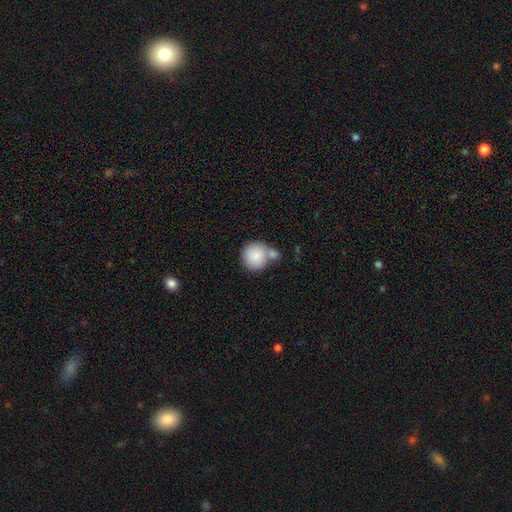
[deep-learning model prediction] A smooth galaxy with no disk features (85%) that is round (91%).

Vote fractions:
- Smooth or featured? smooth: 85% / featured or disk: 8% / star or artifact: 7%
- How rounded? round: 91% / in between: 8% / cigar-shaped: 1%
- Merging? none: 44% / merger: 38% / minor disturbance: 13% / major disturbance: 5%